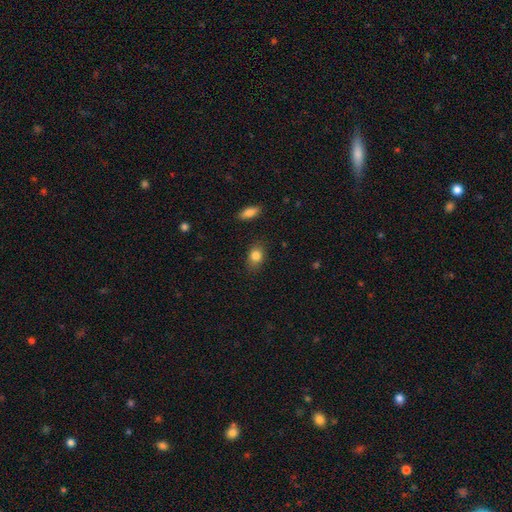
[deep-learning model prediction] Morphology: type=smooth (83%); roundness=in between (68%); merging=none (82%).